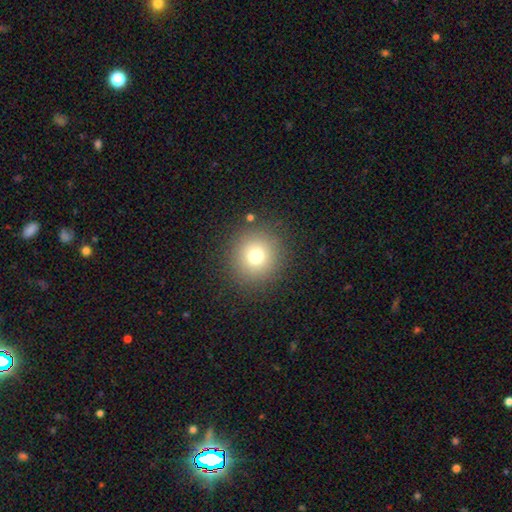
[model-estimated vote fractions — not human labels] A smooth galaxy with no disk features (75%) that is round (94%). Merging: none (88%).